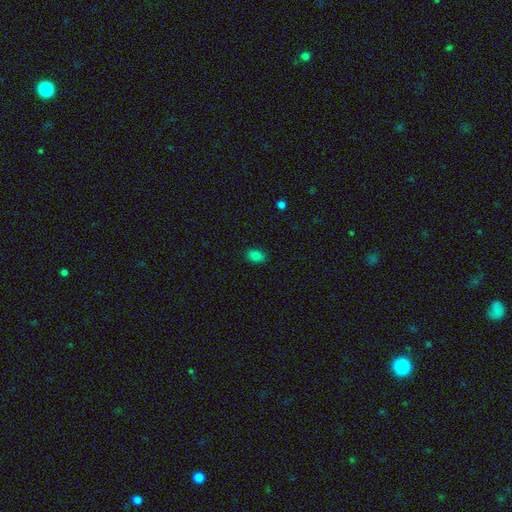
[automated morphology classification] type=smooth (83%); roundness=in between (82%); merging=none (86%).